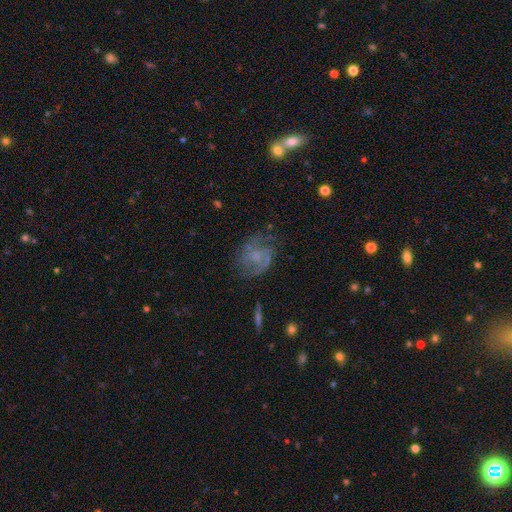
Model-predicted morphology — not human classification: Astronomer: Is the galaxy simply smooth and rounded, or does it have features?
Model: featured or disk — 68%.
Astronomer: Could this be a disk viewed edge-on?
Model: no — 97%.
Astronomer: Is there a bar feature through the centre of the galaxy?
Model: no — 65%.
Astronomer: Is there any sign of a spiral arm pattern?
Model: yes — 80%.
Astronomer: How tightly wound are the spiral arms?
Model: medium — 46% (runner-up: tight, 29%).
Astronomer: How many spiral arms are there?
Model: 2 — 59%.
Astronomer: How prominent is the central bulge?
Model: none — 39% (runner-up: small, 29%).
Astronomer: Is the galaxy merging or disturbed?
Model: none — 58%.